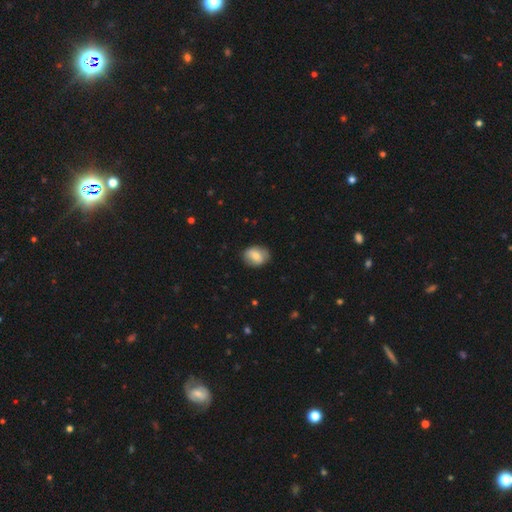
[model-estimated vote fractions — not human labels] smooth 71%, featured or disk 22%, star or artifact 7%. Down the decision tree: how rounded — in between (57%); merging — none (81%).